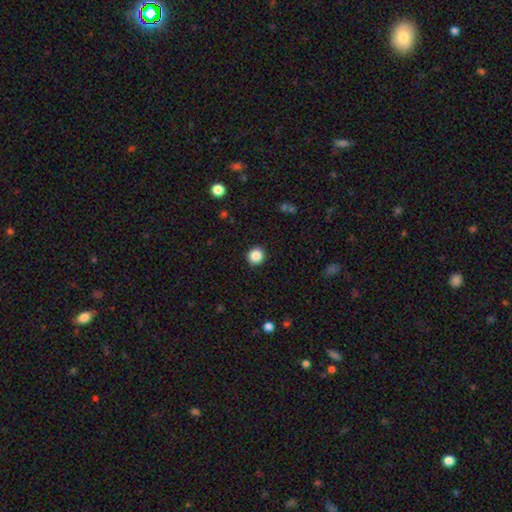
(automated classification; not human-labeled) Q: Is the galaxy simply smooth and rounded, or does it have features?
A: smooth — 87%.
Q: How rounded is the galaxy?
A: round — 92%.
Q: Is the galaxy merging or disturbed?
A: none — 92%.